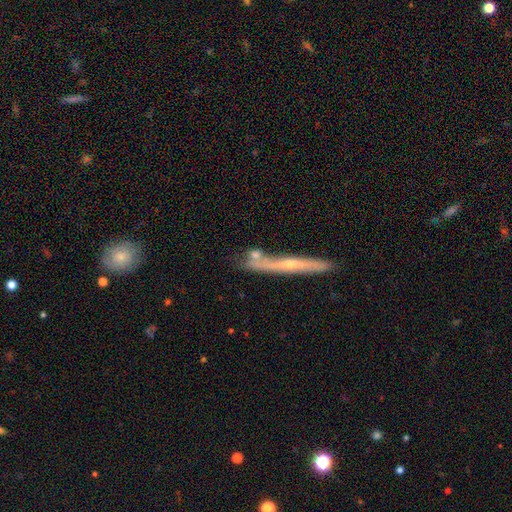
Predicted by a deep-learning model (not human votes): This appears to be a featured or disk galaxy (53%) viewed edge-on (75%). Merging: none (56%).